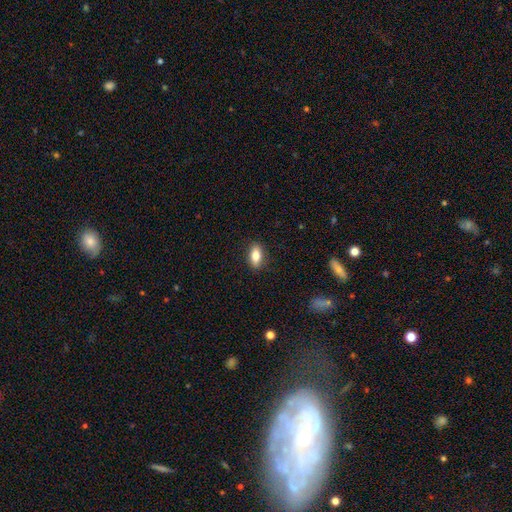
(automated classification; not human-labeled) Smooth or featured?
  - smooth: 80% *
  - featured or disk: 12%
  - star or artifact: 7%
How rounded?
  - in between: 86% *
  - cigar-shaped: 9%
  - round: 5%
Merging?
  - none: 88% *
  - minor disturbance: 9%
  - major disturbance: 2%
  - merger: 1%